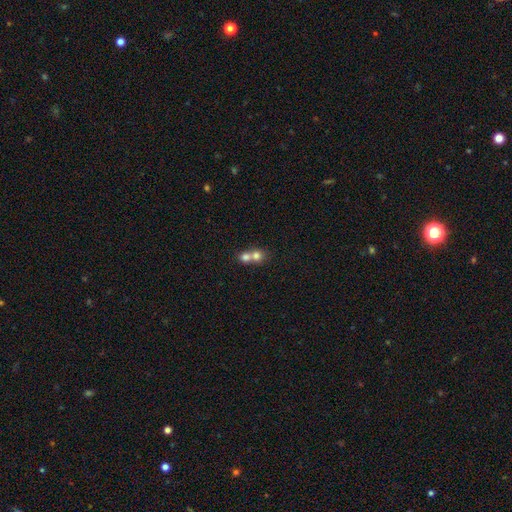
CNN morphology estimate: Smooth or featured? Predicted: smooth (p=0.75). How rounded? Predicted: round (p=0.79). Merging? Predicted: merger (p=0.69).